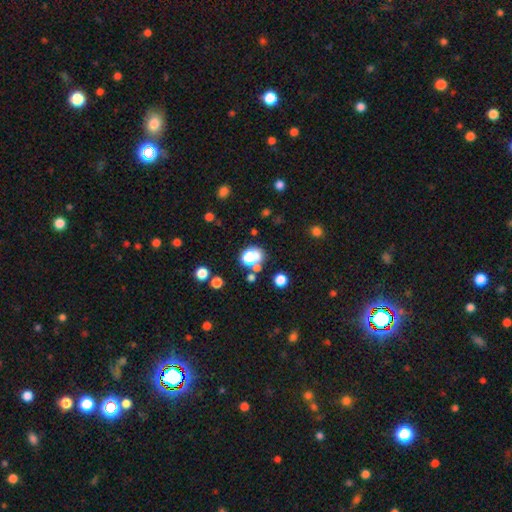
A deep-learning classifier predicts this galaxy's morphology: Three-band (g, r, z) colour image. It shows a smooth galaxy with no disk features (58%) that is round (69%). Merging: none (63%).